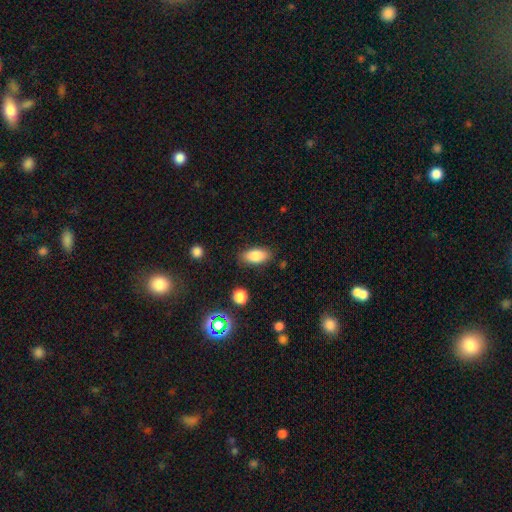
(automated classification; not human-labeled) Q: Smooth or featured?
A: smooth (82%); runner-up: featured or disk (10%)
Q: How rounded?
A: in between (86%); runner-up: cigar-shaped (10%)
Q: Merging?
A: none (84%); runner-up: minor disturbance (11%)